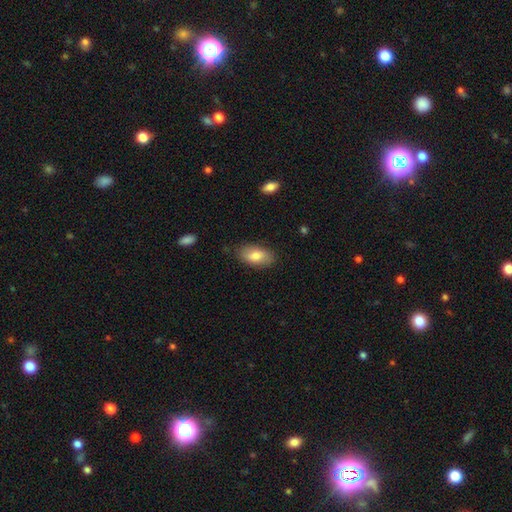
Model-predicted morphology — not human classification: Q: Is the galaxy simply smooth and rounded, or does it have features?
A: smooth — 80%.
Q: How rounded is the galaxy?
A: in between — 92%.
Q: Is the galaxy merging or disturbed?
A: none — 83%.